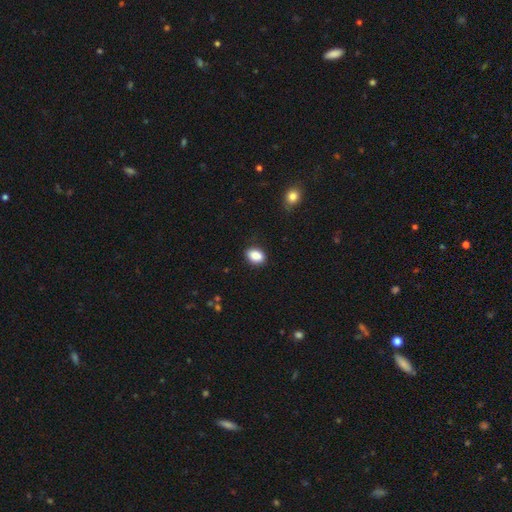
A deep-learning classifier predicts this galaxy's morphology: Smooth or featured?
  - smooth: 88% *
  - star or artifact: 8%
  - featured or disk: 4%
How rounded?
  - in between: 81% *
  - round: 18%
  - cigar-shaped: 1%
Merging?
  - none: 84% *
  - minor disturbance: 12%
  - major disturbance: 3%
  - merger: 1%